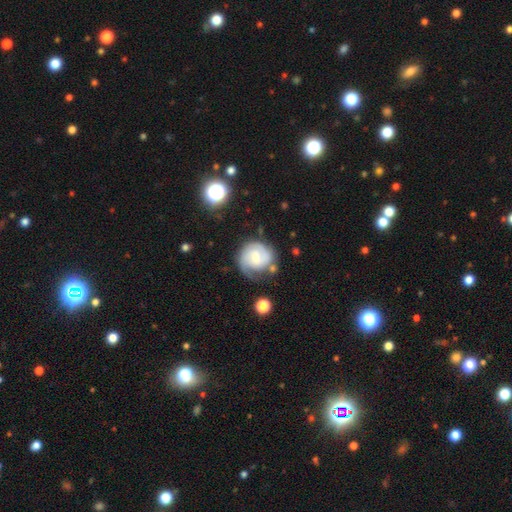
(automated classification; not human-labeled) Smooth or featured? featured or disk (70%)
Edge-on disk? no (98%)
Bar? weak (53%)
Spiral arms? yes (92%)
Spiral winding? tight (49%)
Spiral arm count? 2 (58%)
Bulge size? moderate (48%)
Merging? none (59%)